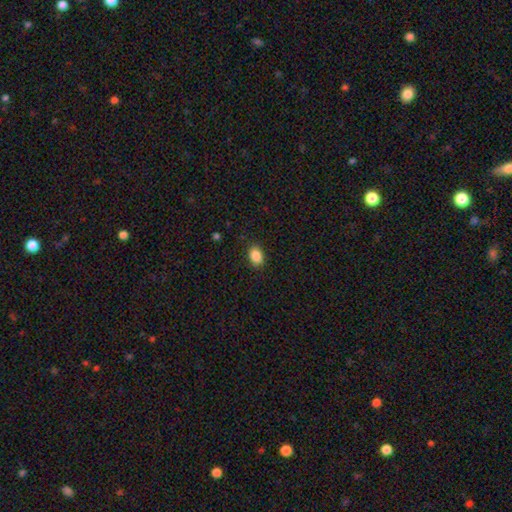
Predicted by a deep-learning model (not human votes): The model was most divided on "how rounded": in between: 75%, round: 24%, cigar-shaped: 1%. More confident: merging — none (88%); smooth or featured — smooth (87%).